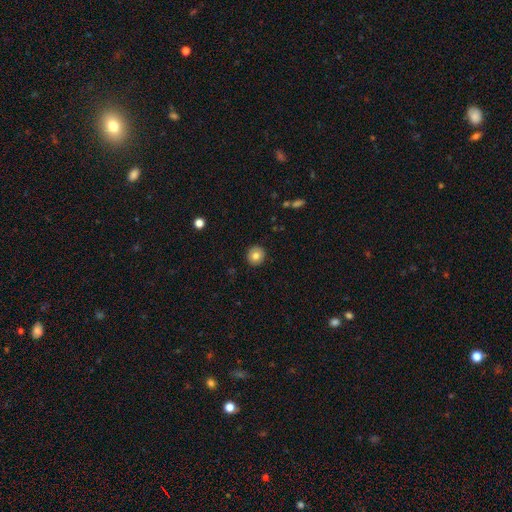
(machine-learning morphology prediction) Smooth or featured?
  - smooth: 78% *
  - featured or disk: 14%
  - star or artifact: 9%
How rounded?
  - round: 92% *
  - in between: 7%
  - cigar-shaped: 1%
Merging?
  - none: 91% *
  - minor disturbance: 6%
  - major disturbance: 2%
  - merger: 1%